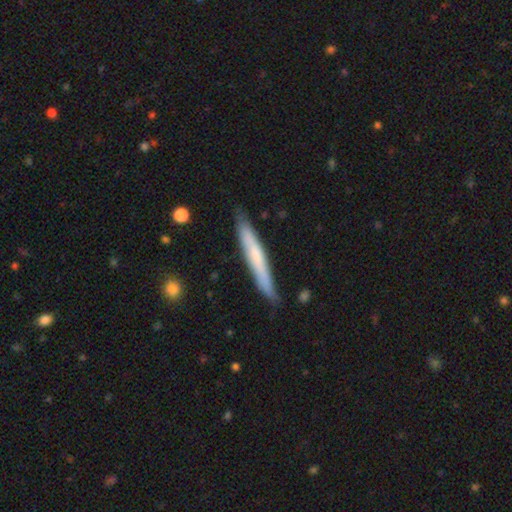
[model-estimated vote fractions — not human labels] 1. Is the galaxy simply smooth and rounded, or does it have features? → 58% smooth, 37% featured or disk, 5% star or artifact.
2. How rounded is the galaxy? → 95% cigar-shaped, 4% in between, 1% round.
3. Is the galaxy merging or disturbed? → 82% none, 14% minor disturbance, 2% major disturbance, 2% merger.